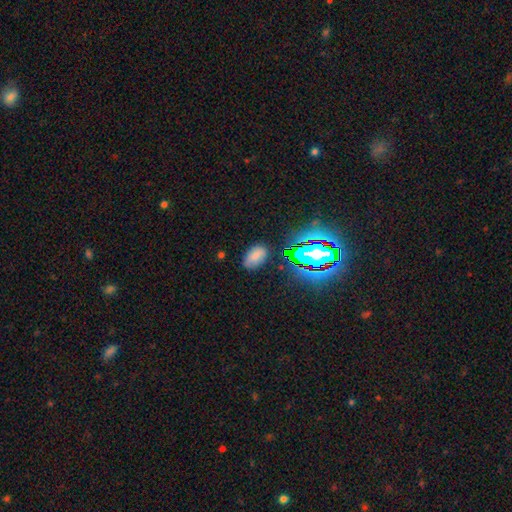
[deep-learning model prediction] smooth-or-featured: smooth: 72% | star or artifact: 18% | featured or disk: 10%
  how-rounded: in between: 91% | round: 8% | cigar-shaped: 1%
  merging: none: 81% | minor disturbance: 13% | major disturbance: 4% | merger: 2%